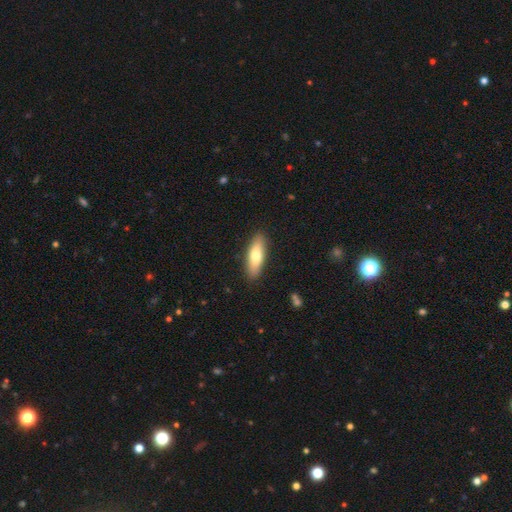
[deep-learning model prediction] A smooth galaxy with no disk features (72%) that is in between round and cigar-shaped (52%).

Vote fractions:
- Smooth or featured? smooth: 72% / featured or disk: 22% / star or artifact: 6%
- How rounded? in between: 52% / cigar-shaped: 46% / round: 2%
- Merging? none: 88% / minor disturbance: 9% / major disturbance: 2% / merger: 1%